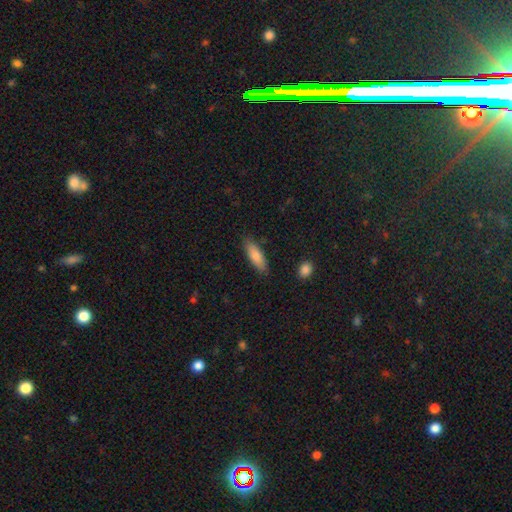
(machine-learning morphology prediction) Smooth or featured?
  - smooth: 81% *
  - featured or disk: 13%
  - star or artifact: 6%
How rounded?
  - in between: 51% *
  - cigar-shaped: 47%
  - round: 2%
Merging?
  - none: 84% *
  - minor disturbance: 12%
  - major disturbance: 2%
  - merger: 2%